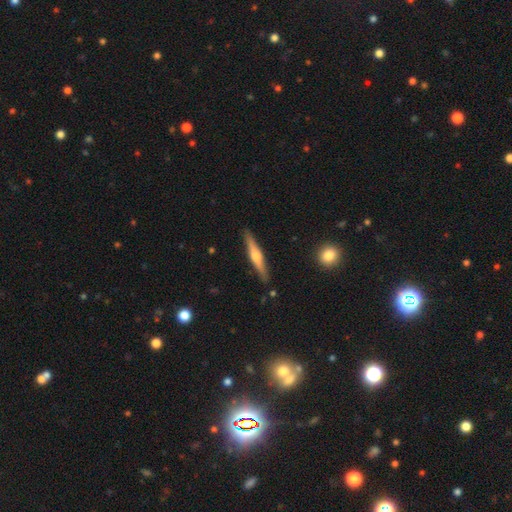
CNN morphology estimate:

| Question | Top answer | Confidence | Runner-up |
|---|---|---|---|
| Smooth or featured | featured or disk | 66% | smooth (28%) |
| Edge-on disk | yes | 97% | no (3%) |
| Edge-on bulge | rounded | 89% | boxy (6%) |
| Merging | none | 89% | minor disturbance (8%) |